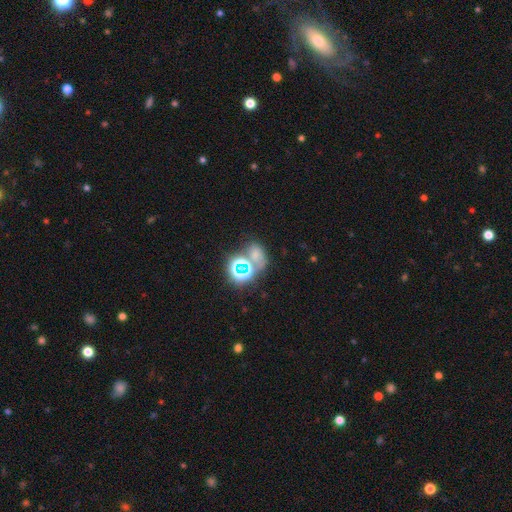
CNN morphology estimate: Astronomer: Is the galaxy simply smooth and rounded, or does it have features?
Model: smooth — 46% (runner-up: star or artifact, 41%).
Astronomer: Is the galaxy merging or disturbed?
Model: none — 46% (runner-up: merger, 30%).